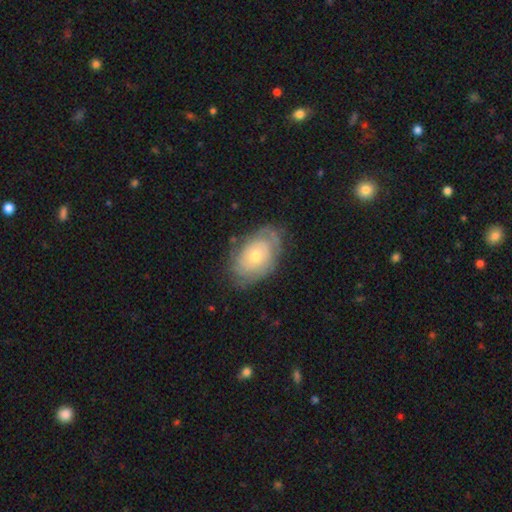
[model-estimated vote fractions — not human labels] Overall: featured or disk (63%; smooth 31%). Edge-on disk: no (94%). Bar: no (84%). Spiral arms: yes (73%). Bulge size: moderate (60%; small 34%). Merging: none (69%).